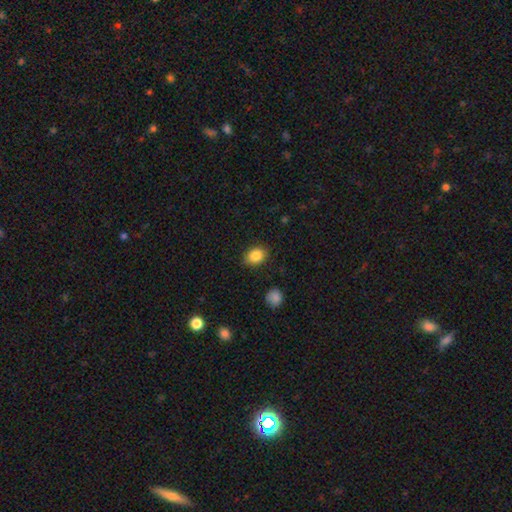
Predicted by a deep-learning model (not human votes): Smooth or featured: smooth — 86% (star or artifact — 9%)
How rounded: in between — 67% (round — 32%)
Merging: none — 83% (minor disturbance — 13%)